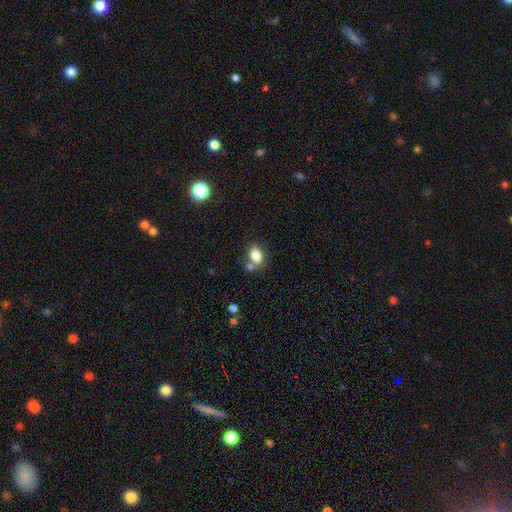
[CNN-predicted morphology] Overall: smooth (80%). How rounded: in between (70%). Merging: none (58%; merger 25%).